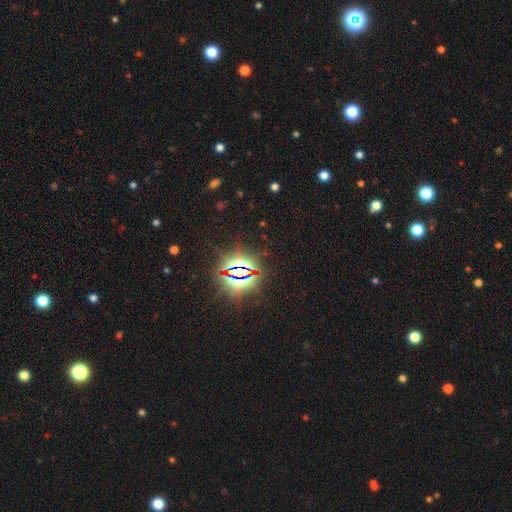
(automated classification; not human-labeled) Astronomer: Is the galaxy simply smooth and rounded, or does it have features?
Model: star or artifact — 85%.